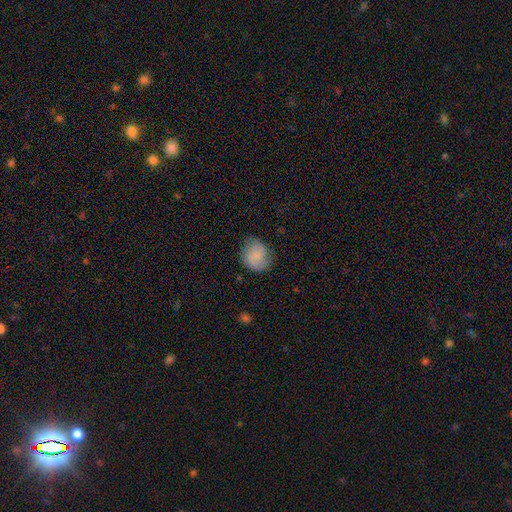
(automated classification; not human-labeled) Smooth or featured: smooth — 70% (featured or disk — 22%)
How rounded: round — 72% (in between — 27%)
Merging: none — 69% (minor disturbance — 23%)